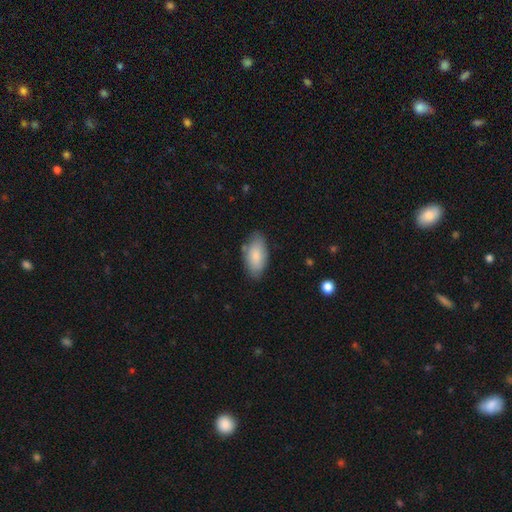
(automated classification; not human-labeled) Q: Smooth or featured?
A: smooth (84%); runner-up: featured or disk (10%)
Q: How rounded?
A: in between (93%); runner-up: cigar-shaped (5%)
Q: Merging?
A: none (77%); runner-up: minor disturbance (17%)